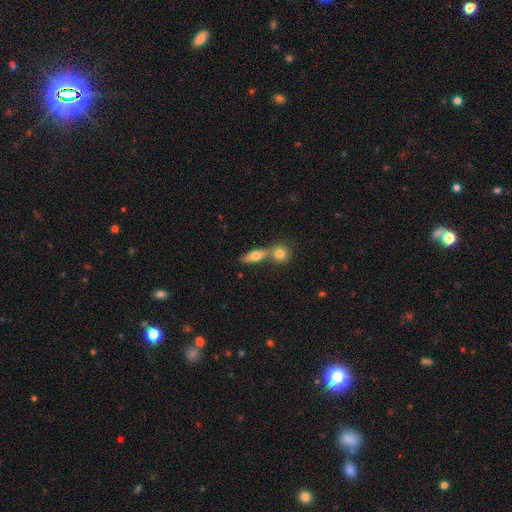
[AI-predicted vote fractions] Morphology: type=smooth (62%); roundness=in between (58%); merging=none (46%).